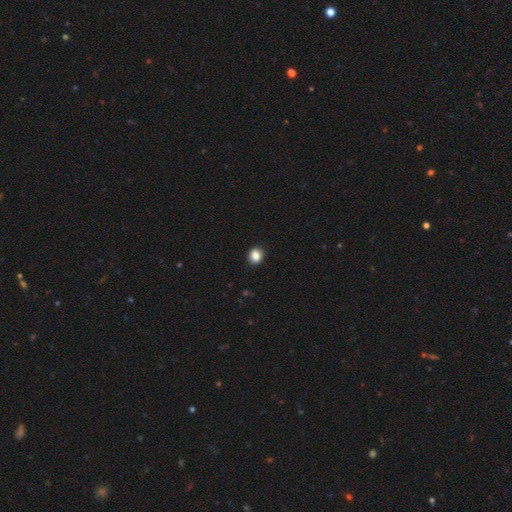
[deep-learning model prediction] A smooth galaxy with no disk features (85%) that is round (66%). Merging: none (91%).